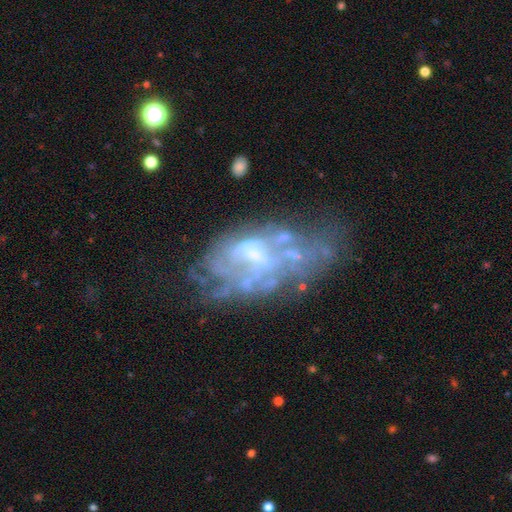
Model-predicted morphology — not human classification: Smooth or featured: featured or disk — 75% (smooth — 14%)
Edge-on disk: no — 96% (yes — 4%)
Bar: no — 52% (weak — 35%)
Spiral arms: no — 63% (yes — 37%)
Bulge size: small — 37% (tied with none — 37%)
Merging: none — 39% (major disturbance — 29%)